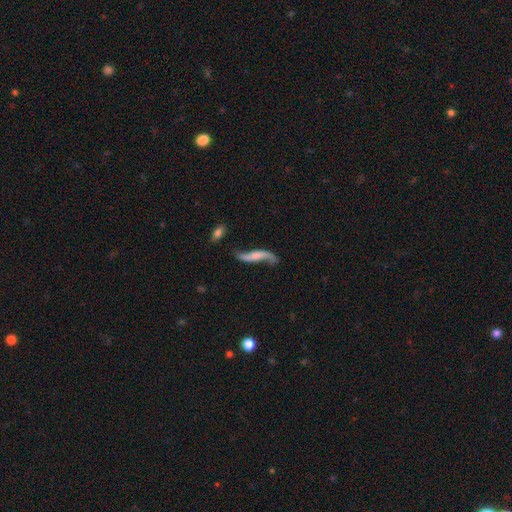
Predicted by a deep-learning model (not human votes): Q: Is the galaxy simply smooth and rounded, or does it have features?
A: featured or disk — 77%.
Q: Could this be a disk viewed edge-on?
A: no — 79%.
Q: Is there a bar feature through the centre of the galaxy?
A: no — 53%.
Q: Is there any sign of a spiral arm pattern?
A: yes — 92%.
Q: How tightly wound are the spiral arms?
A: loose — 94%.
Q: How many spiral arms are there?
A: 2 — 90%.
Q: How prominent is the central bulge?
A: none — 44%.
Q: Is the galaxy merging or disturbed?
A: none — 60%.